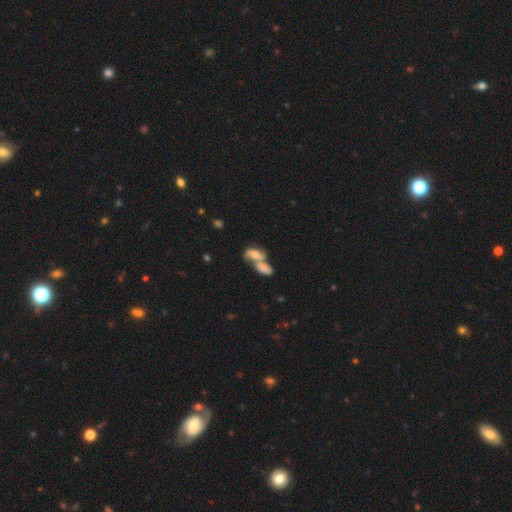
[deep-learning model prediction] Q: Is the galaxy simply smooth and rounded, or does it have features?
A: smooth — 55%.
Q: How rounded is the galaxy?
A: in between — 83%.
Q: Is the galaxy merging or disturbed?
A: merger — 69%.